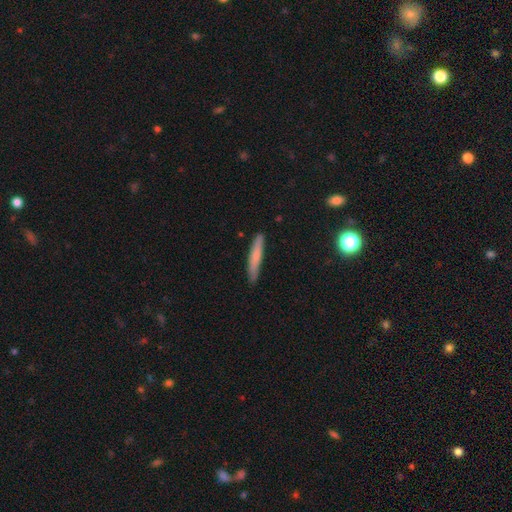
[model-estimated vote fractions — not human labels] A smooth galaxy with no disk features (71%) that is cigar-shaped (94%).

Vote fractions:
- Smooth or featured? smooth: 71% / featured or disk: 22% / star or artifact: 7%
- How rounded? cigar-shaped: 94% / in between: 5% / round: 1%
- Merging? none: 86% / minor disturbance: 11% / major disturbance: 2% / merger: 1%